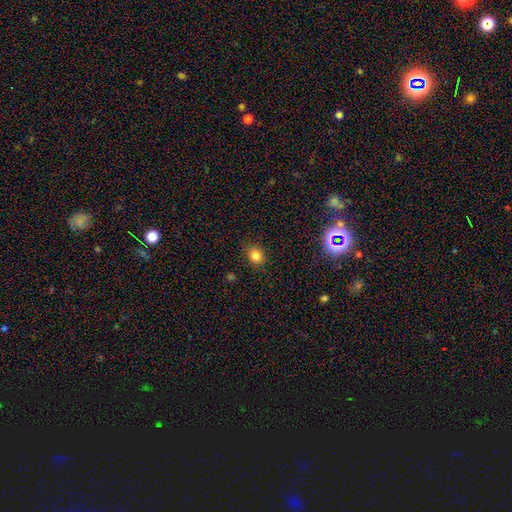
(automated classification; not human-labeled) Overall: smooth (81%). How rounded: round (57%; in between 42%). Merging: none (86%).